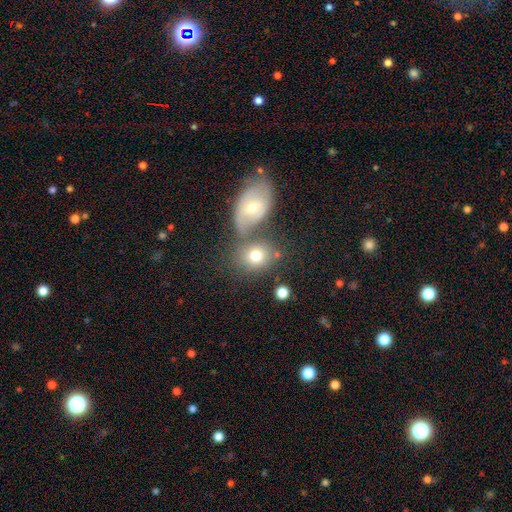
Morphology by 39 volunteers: type=smooth (77%); roundness=in between (53%); merging=none (44%).